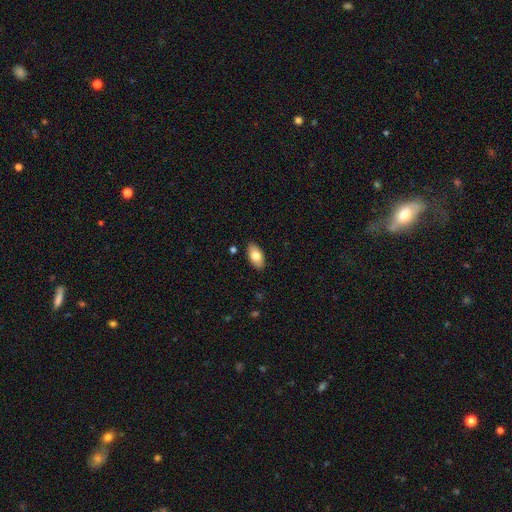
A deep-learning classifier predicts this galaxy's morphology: Smooth or featured?
  - smooth: 78% *
  - featured or disk: 15%
  - star or artifact: 7%
How rounded?
  - in between: 93% *
  - cigar-shaped: 4%
  - round: 3%
Merging?
  - none: 88% *
  - minor disturbance: 9%
  - major disturbance: 2%
  - merger: 1%